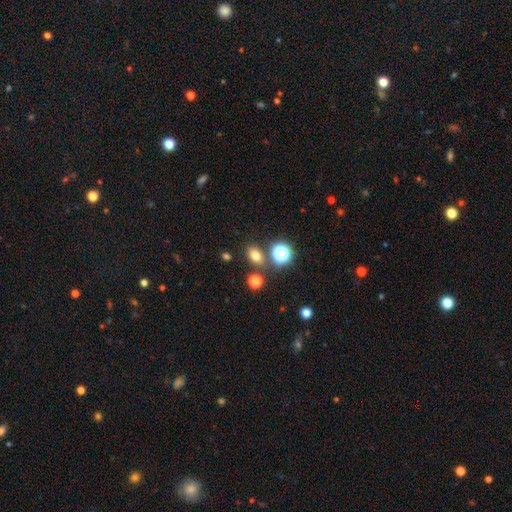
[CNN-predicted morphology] Q: Smooth or featured?
A: smooth (72%); runner-up: star or artifact (19%)
Q: How rounded?
A: in between (64%); runner-up: round (34%)
Q: Merging?
A: none (77%); runner-up: minor disturbance (10%)